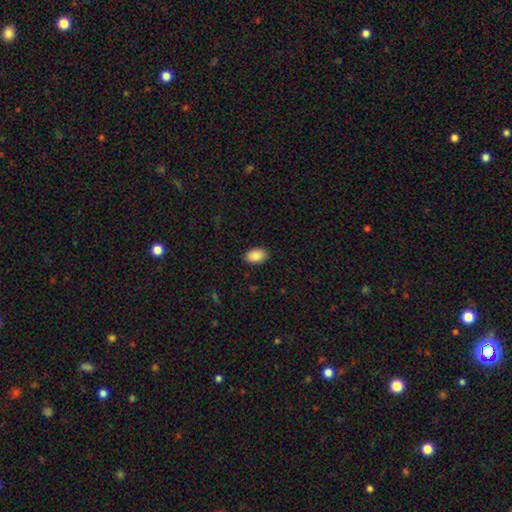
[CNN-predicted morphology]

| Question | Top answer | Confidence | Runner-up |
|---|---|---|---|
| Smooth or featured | smooth | 89% | star or artifact (7%) |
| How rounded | in between | 90% | round (9%) |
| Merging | none | 88% | minor disturbance (9%) |